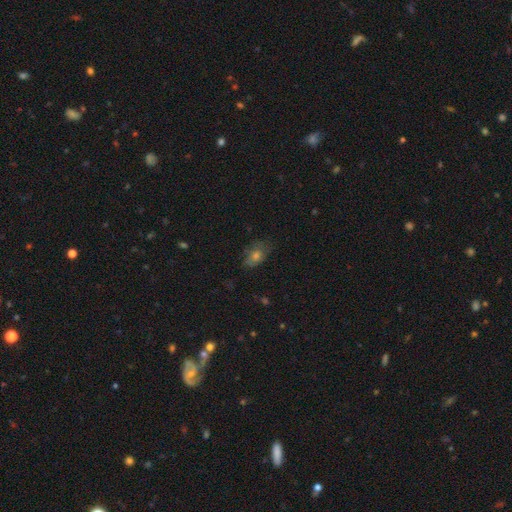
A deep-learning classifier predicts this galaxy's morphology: The model was most divided on "smooth or featured": smooth: 57%, star or artifact: 22%, featured or disk: 21%. More confident: how rounded — in between (74%); merging — none (69%).